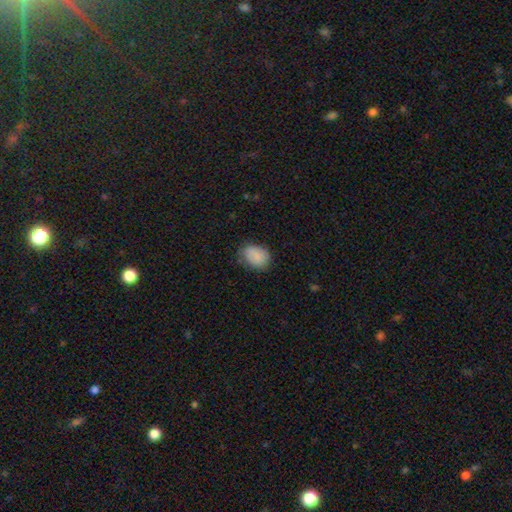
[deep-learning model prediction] The model was most divided on "how rounded": in between: 68%, round: 31%, cigar-shaped: 1%. More confident: smooth or featured — smooth (86%); merging — none (69%).